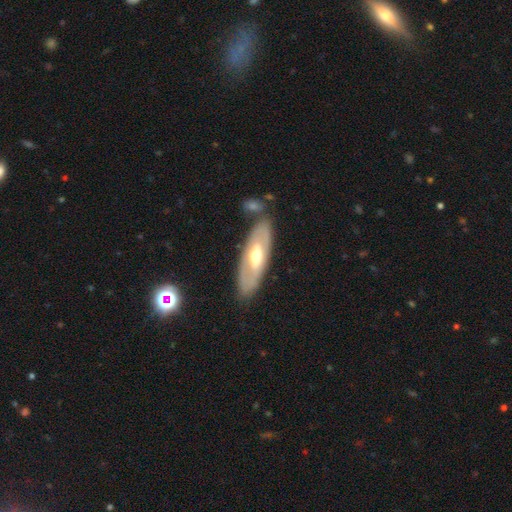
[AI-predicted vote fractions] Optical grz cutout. It shows a featured or disk galaxy (61%). Merging: none (77%).